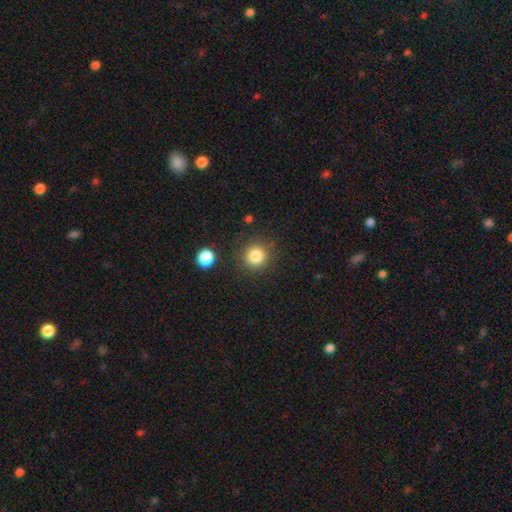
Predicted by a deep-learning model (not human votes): Morphology: type=smooth (83%); roundness=round (93%); merging=none (86%).